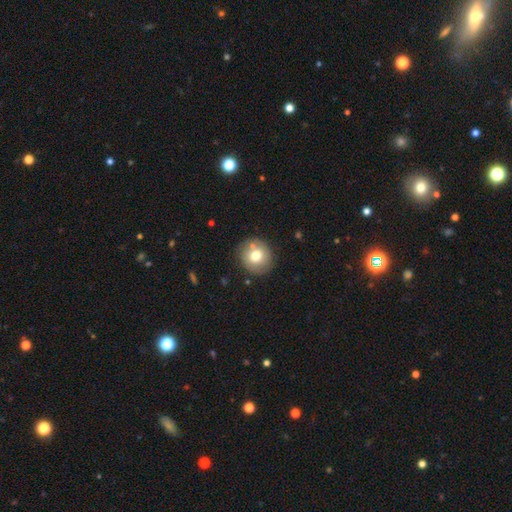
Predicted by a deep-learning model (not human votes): smooth-or-featured: smooth: 73% | featured or disk: 18% | star or artifact: 10%
  how-rounded: round: 90% | in between: 9% | cigar-shaped: 1%
  merging: none: 79% | minor disturbance: 11% | merger: 7% | major disturbance: 3%